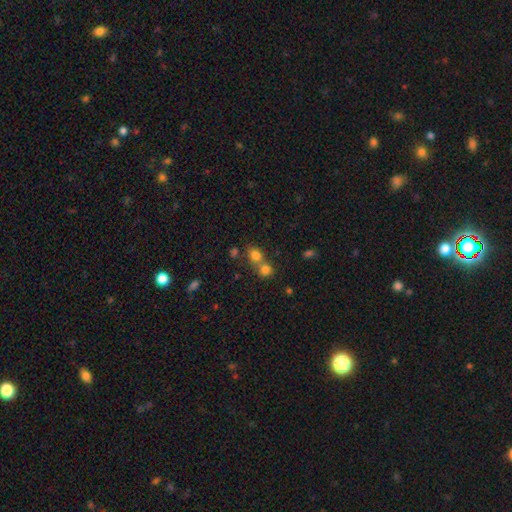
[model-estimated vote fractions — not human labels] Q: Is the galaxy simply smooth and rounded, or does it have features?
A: smooth — 77%.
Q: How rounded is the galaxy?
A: round — 59%.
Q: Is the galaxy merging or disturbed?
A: merger — 49%.